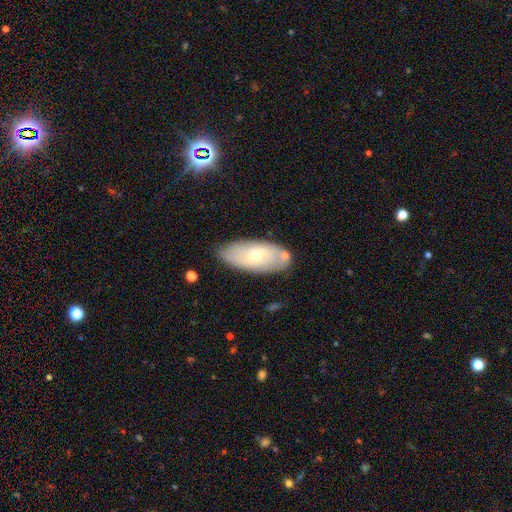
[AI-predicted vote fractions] Q: Smooth or featured?
A: smooth (54%); runner-up: featured or disk (39%)
Q: How rounded?
A: in between (88%); runner-up: cigar-shaped (9%)
Q: Merging?
A: none (77%); runner-up: minor disturbance (15%)